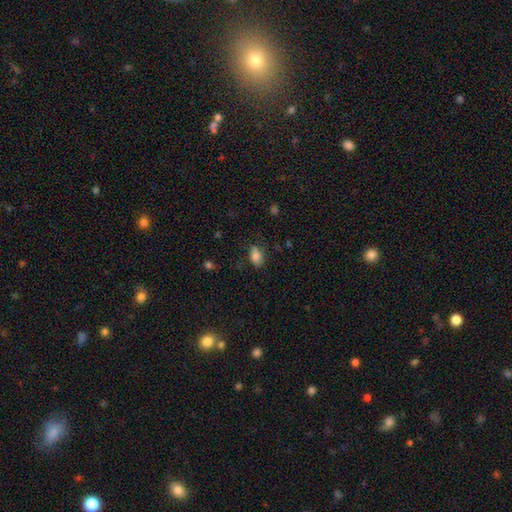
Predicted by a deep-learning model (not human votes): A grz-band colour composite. It shows a smooth galaxy with no disk features (82%) that is in between round and cigar-shaped (86%). Merging: none (64%).